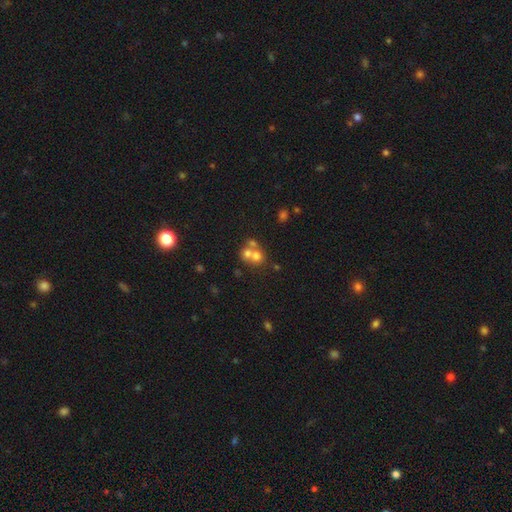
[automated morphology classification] type=smooth (60%); roundness=round (80%); merging=merger (58%).